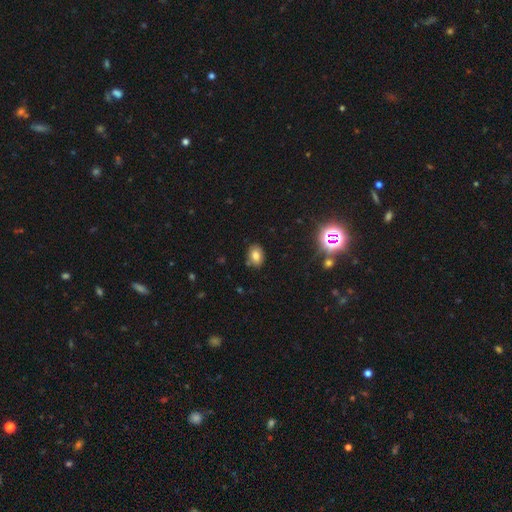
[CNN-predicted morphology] type=smooth (77%); roundness=in between (71%); merging=none (85%).